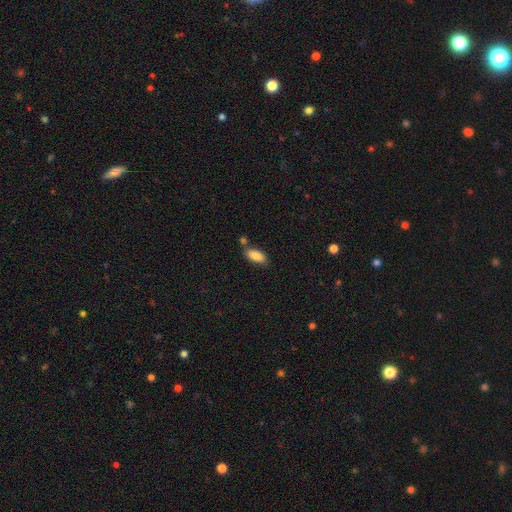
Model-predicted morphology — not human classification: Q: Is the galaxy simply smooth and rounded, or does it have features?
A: smooth — 86%.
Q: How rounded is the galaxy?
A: in between — 87%.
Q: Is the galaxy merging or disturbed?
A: none — 68%.